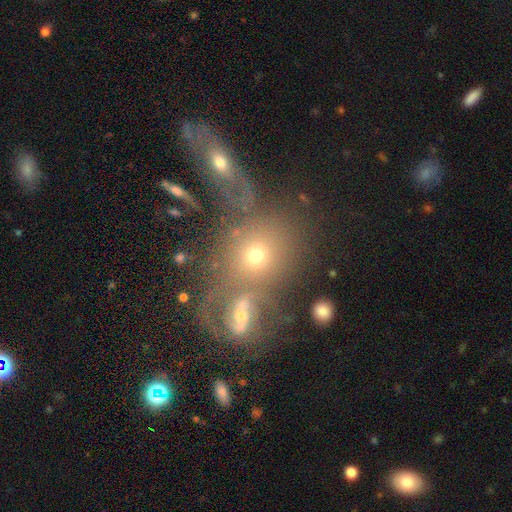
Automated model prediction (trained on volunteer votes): Smooth or featured? Predicted: smooth (p=0.59). How rounded? Predicted: round (p=0.64). Merging? Predicted: merger (p=0.50).